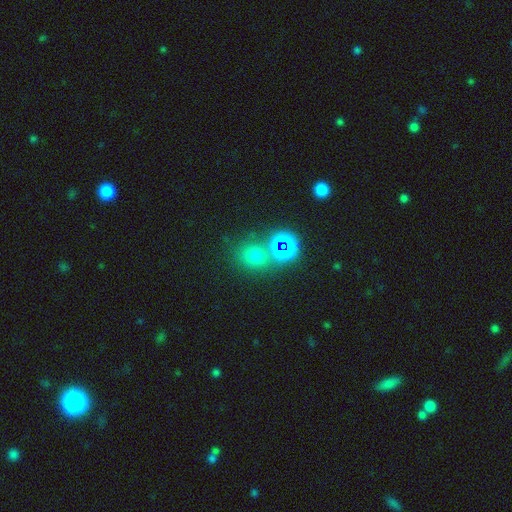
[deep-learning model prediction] smooth_or_featured: smooth (p=0.63) [alt: star or artifact p=0.29]
how_rounded: round (p=0.79) [alt: in between p=0.20]
merging: none (p=0.69) [alt: merger p=0.16]